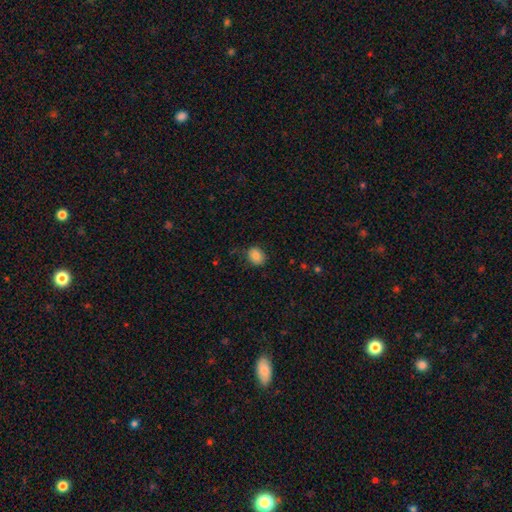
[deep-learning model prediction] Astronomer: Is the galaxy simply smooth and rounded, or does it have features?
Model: smooth — 83%.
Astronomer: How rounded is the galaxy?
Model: round — 58% (runner-up: in between, 41%).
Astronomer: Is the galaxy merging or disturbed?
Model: none — 81%.